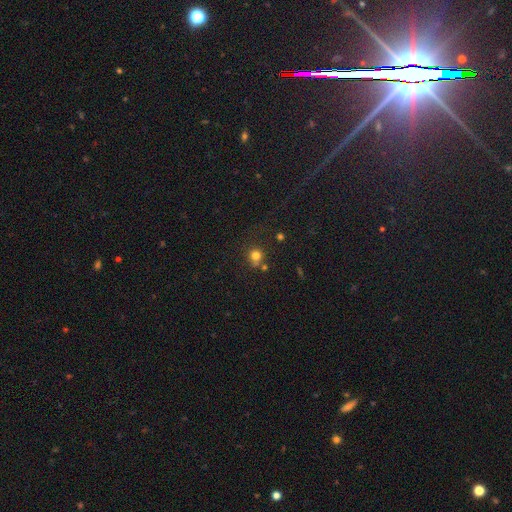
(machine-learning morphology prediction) Smooth or featured? smooth (75%)
How rounded? round (89%)
Merging? none (63%)